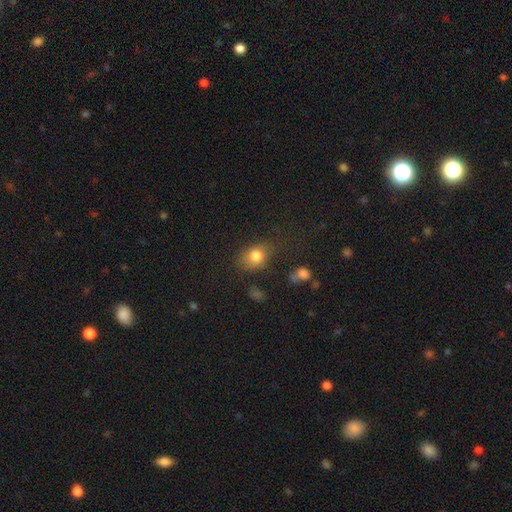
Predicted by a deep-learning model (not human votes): Q: Smooth or featured?
A: smooth (80%); runner-up: star or artifact (11%)
Q: How rounded?
A: in between (61%); runner-up: round (38%)
Q: Merging?
A: none (68%); runner-up: minor disturbance (20%)